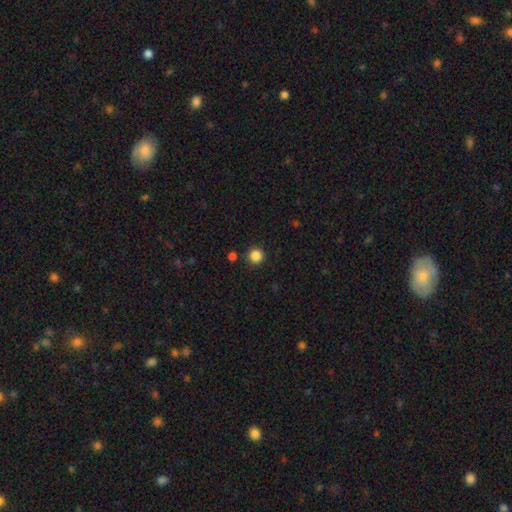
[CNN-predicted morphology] A smooth galaxy with no disk features (86%) that is round (96%). Merging: none (90%).